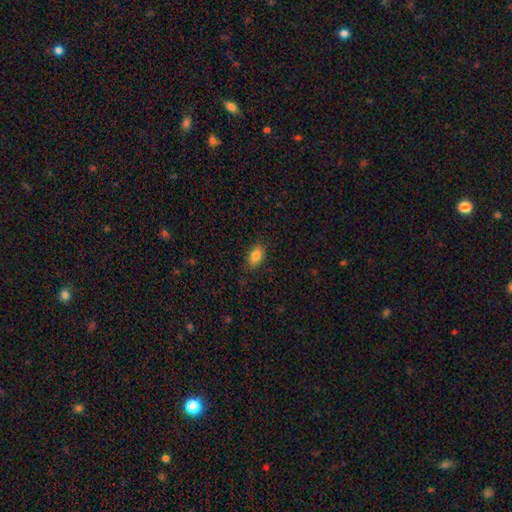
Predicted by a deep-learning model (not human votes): smooth 84%, star or artifact 8%, featured or disk 7%. Down the decision tree: how rounded — in between (88%); merging — none (86%).